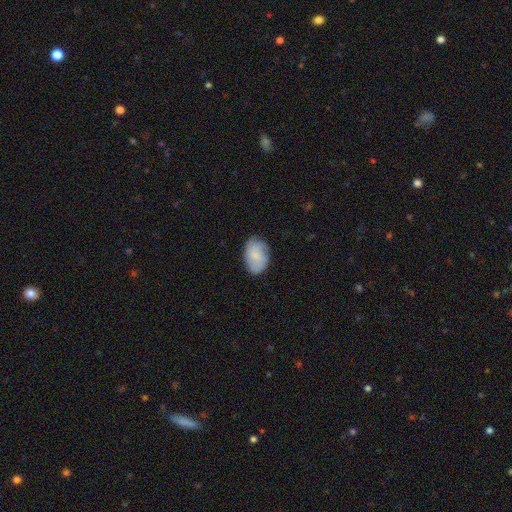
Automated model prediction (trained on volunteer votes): This is likely a smooth galaxy (70%). How rounded: clearly in between (86%). Merging: likely none (74%).